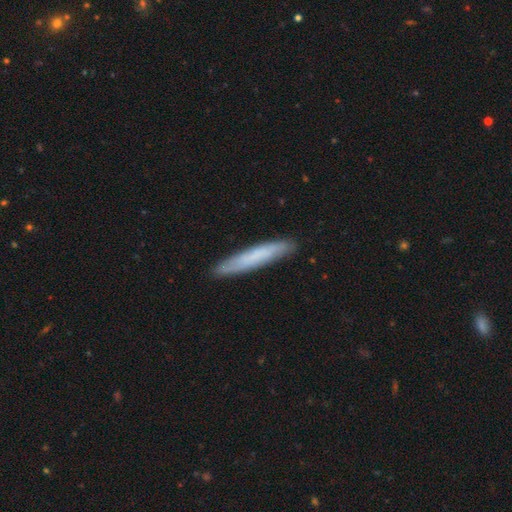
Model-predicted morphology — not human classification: The model was most divided on "smooth or featured": smooth: 64%, featured or disk: 29%, star or artifact: 7%. More confident: how rounded — cigar-shaped (94%); merging — none (89%).